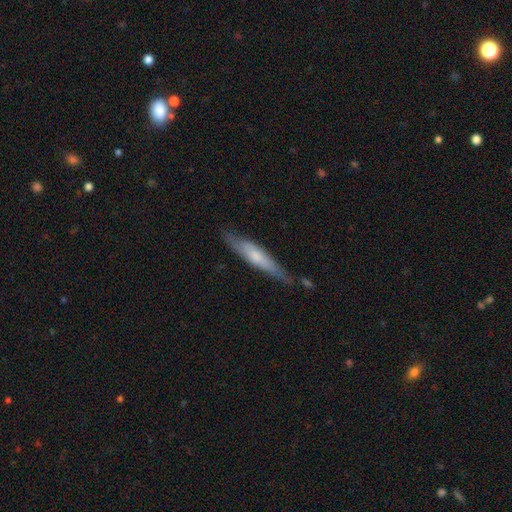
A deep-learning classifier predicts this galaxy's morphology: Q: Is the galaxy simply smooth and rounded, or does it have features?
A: featured or disk — 48%.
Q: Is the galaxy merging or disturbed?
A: none — 73%.